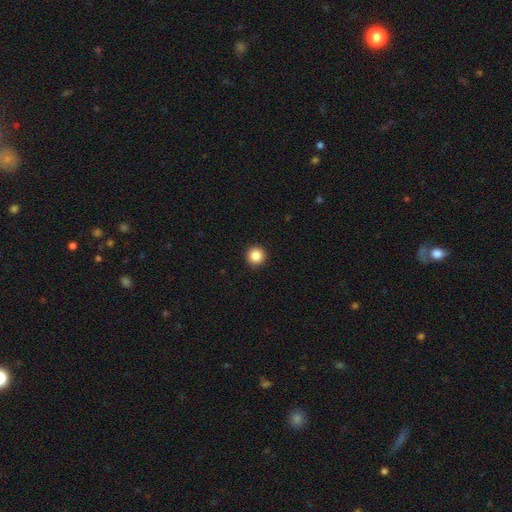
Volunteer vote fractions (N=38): Smooth or featured? smooth (89%)
How rounded? round (97%)
Merging? none (97%)